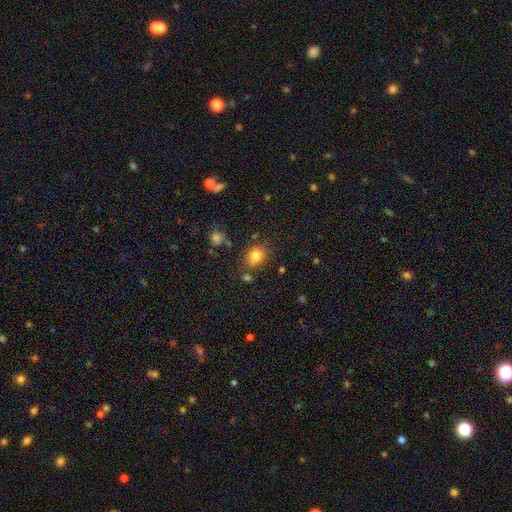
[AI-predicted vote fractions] Q: Smooth or featured?
A: smooth (82%); runner-up: star or artifact (12%)
Q: How rounded?
A: round (61%); runner-up: in between (38%)
Q: Merging?
A: none (72%); runner-up: minor disturbance (16%)